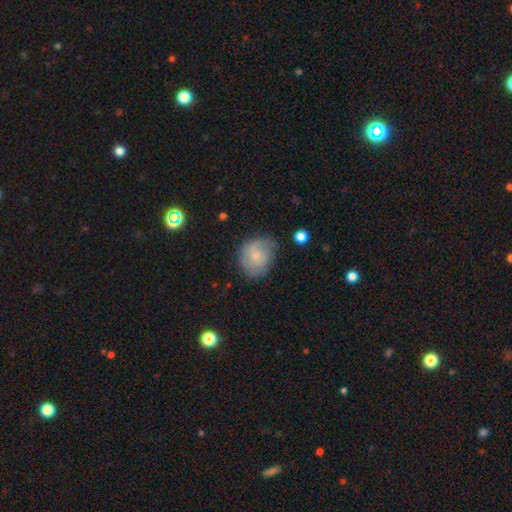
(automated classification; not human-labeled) Q: Smooth or featured?
A: smooth (64%); runner-up: featured or disk (27%)
Q: How rounded?
A: round (65%); runner-up: in between (34%)
Q: Merging?
A: none (61%); runner-up: minor disturbance (28%)